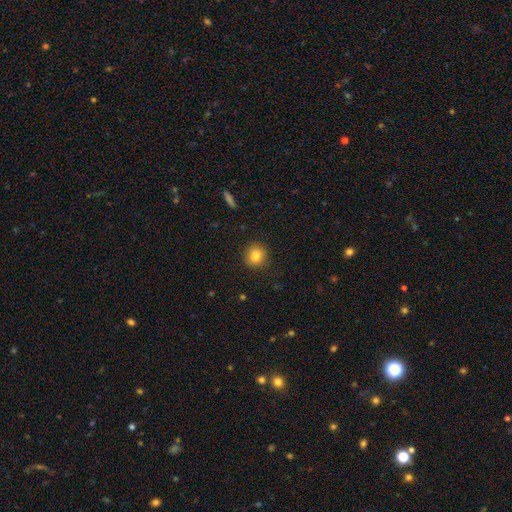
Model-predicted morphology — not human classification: Smooth or featured: smooth — 85% (star or artifact — 10%)
How rounded: round — 87% (in between — 12%)
Merging: none — 89% (minor disturbance — 8%)